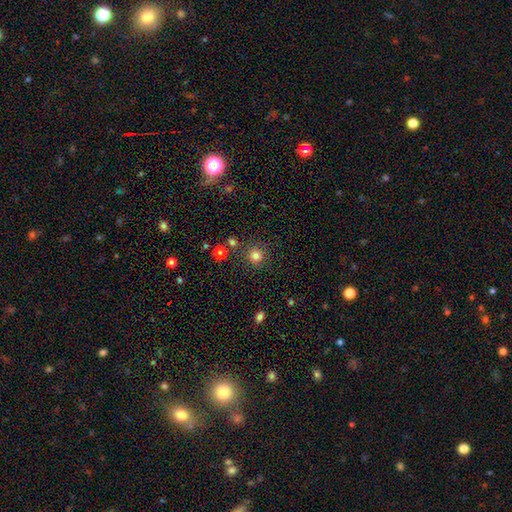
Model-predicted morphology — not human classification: Smooth or featured: smooth — 81% (star or artifact — 14%)
How rounded: round — 94% (in between — 5%)
Merging: none — 85% (minor disturbance — 7%)